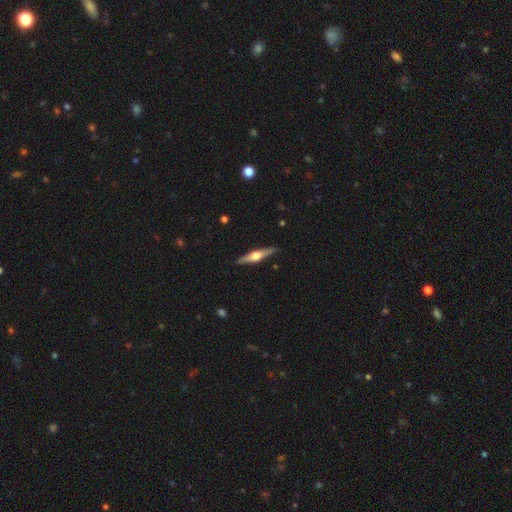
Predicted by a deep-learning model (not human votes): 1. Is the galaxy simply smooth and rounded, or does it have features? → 75% featured or disk, 20% smooth, 5% star or artifact.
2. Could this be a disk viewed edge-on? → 98% yes, 2% no.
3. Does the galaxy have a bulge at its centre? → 92% rounded, 6% boxy, 2% none.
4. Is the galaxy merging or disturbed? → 90% none, 8% minor disturbance, 2% major disturbance, 1% merger.